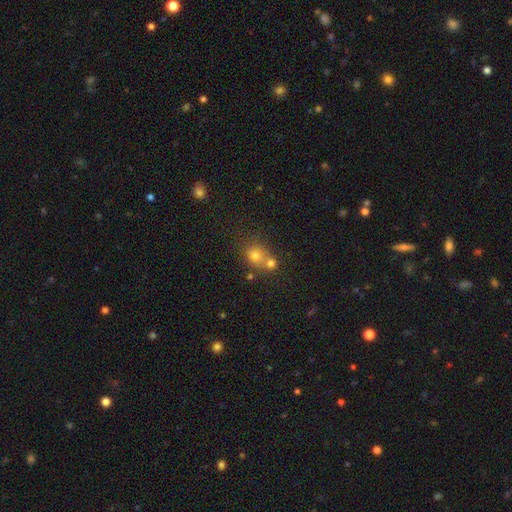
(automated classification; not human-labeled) Morphology: type=smooth (71%); roundness=round (80%); merging=none (48%).